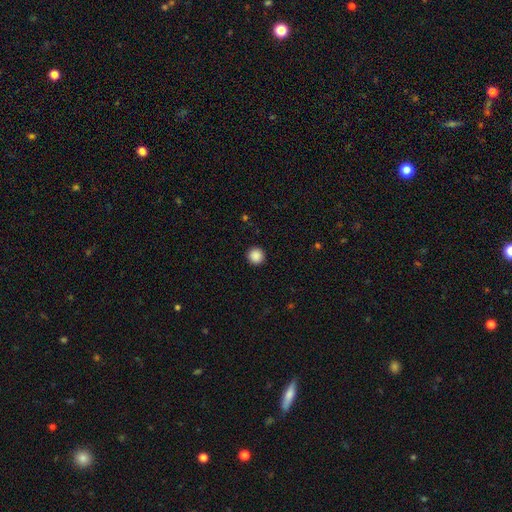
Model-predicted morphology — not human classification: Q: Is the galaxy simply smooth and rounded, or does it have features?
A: smooth — 89%.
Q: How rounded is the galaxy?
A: round — 95%.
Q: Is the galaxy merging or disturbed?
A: none — 93%.